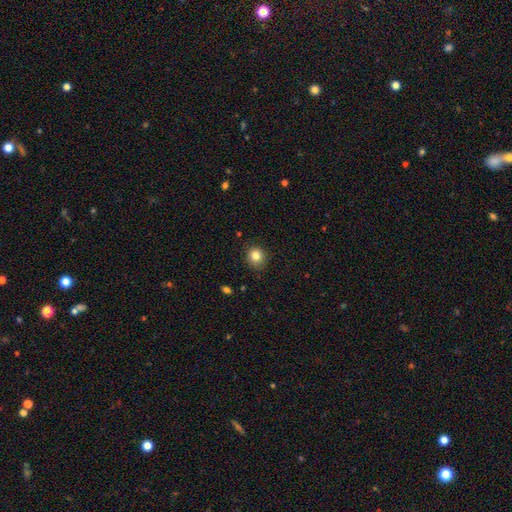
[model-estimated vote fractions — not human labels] Smooth or featured? Predicted: smooth (p=0.83). How rounded? Predicted: round (p=0.85). Merging? Predicted: none (p=0.87).